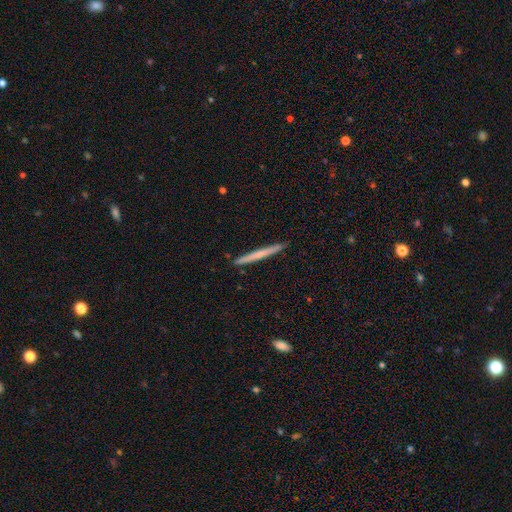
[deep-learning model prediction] This appears to be a smooth galaxy with no disk features (55%) that is cigar-shaped (97%). Merging: none (92%).